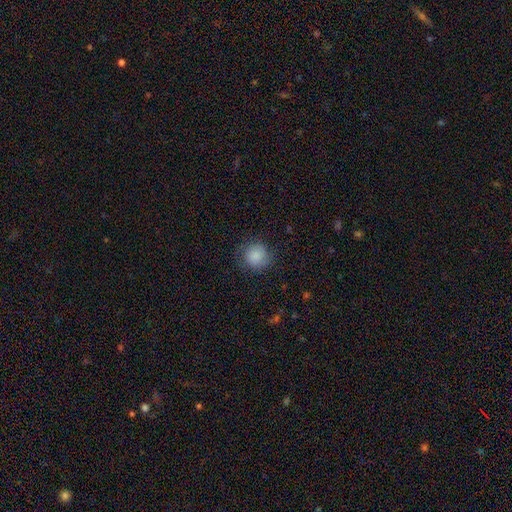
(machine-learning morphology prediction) Overall: smooth (87%). How rounded: round (91%). Merging: none (84%).